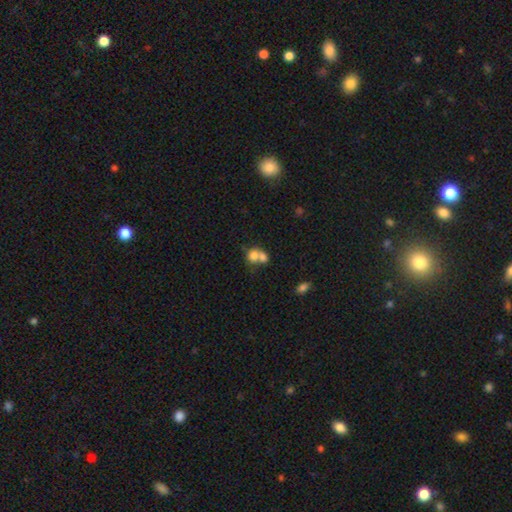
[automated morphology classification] Q: Smooth or featured?
A: smooth (72%); runner-up: featured or disk (18%)
Q: How rounded?
A: round (63%); runner-up: in between (36%)
Q: Merging?
A: merger (67%); runner-up: none (22%)